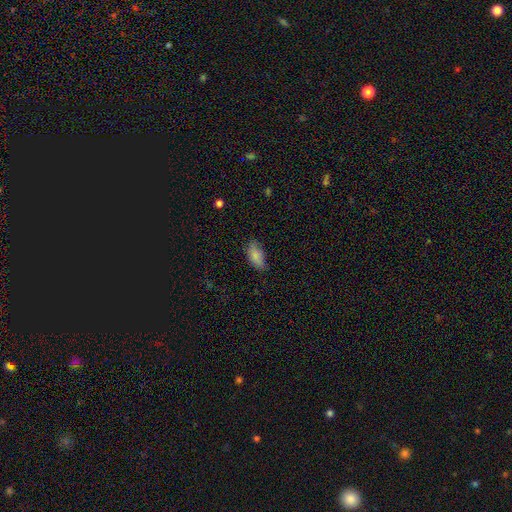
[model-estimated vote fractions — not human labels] This is clearly a smooth galaxy (85%). How rounded: clearly in between (91%). Merging: likely none (66%).